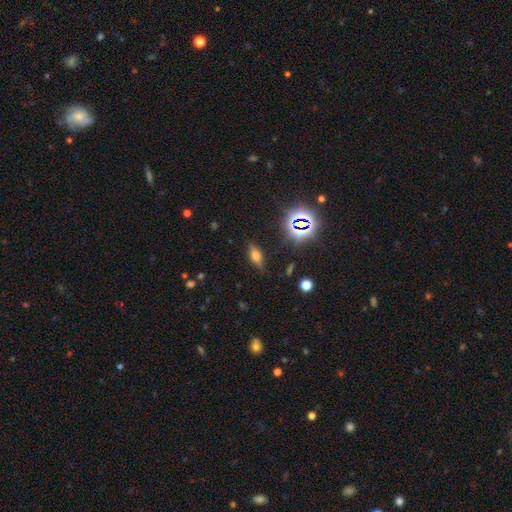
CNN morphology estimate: Smooth or featured? smooth (53%)
How rounded? in between (71%)
Merging? none (79%)